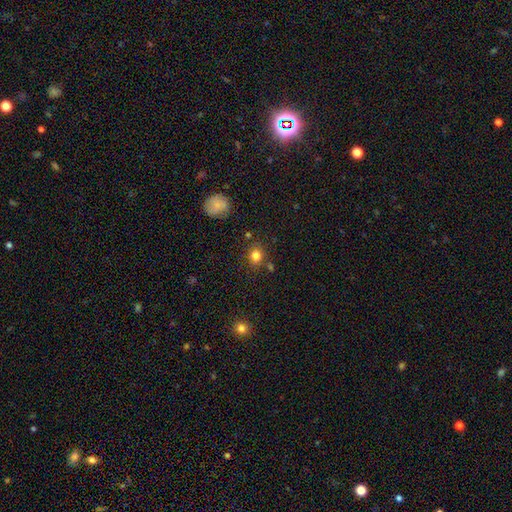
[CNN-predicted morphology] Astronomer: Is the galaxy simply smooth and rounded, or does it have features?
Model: smooth — 80%.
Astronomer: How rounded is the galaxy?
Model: round — 70%.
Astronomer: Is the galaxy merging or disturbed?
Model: none — 78%.